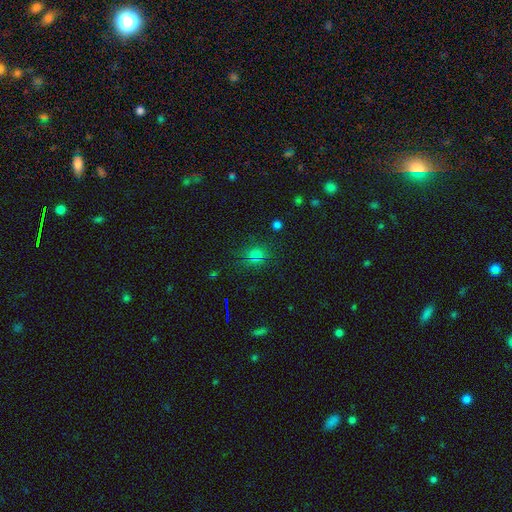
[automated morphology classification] Smooth or featured?
  - smooth: 64% *
  - star or artifact: 28%
  - featured or disk: 9%
How rounded?
  - round: 64% *
  - in between: 33%
  - cigar-shaped: 2%
Merging?
  - none: 79% *
  - minor disturbance: 13%
  - major disturbance: 5%
  - merger: 3%